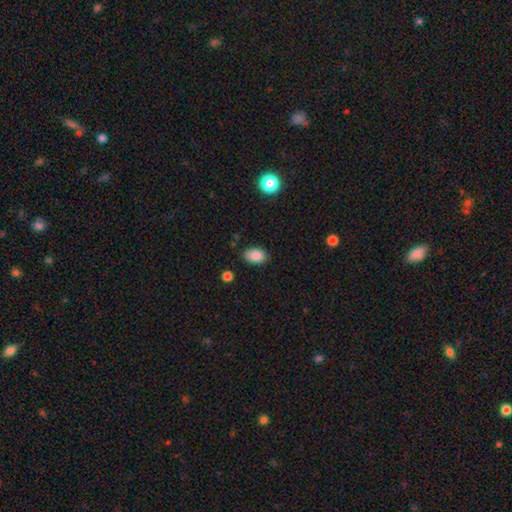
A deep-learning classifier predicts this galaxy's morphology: The model was most divided on "merging": none: 82%, minor disturbance: 14%, major disturbance: 3%, merger: 2%. More confident: how rounded — in between (88%); smooth or featured — smooth (87%).